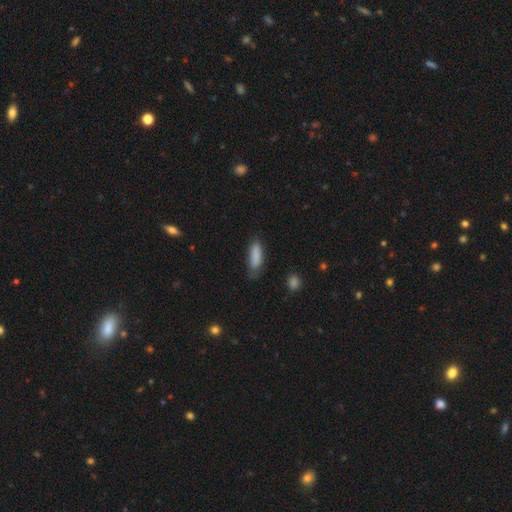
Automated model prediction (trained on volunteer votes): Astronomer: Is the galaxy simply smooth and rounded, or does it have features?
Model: smooth — 86%.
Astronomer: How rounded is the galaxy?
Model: in between — 59% (runner-up: cigar-shaped, 39%).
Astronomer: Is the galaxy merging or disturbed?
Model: none — 62%.